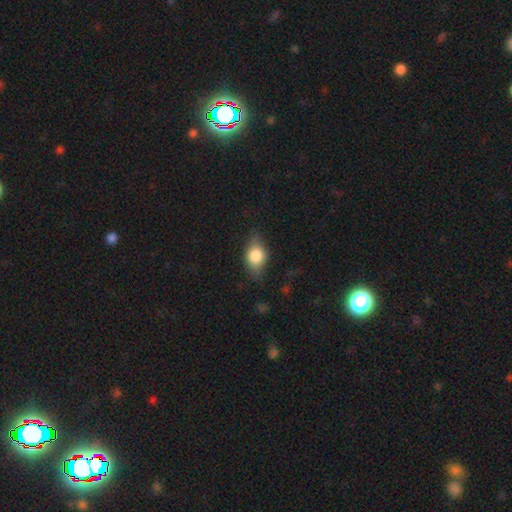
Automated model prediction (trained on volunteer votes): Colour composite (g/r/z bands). It shows a smooth galaxy with no disk features (74%) that is in between round and cigar-shaped (74%). Merging: none (68%).